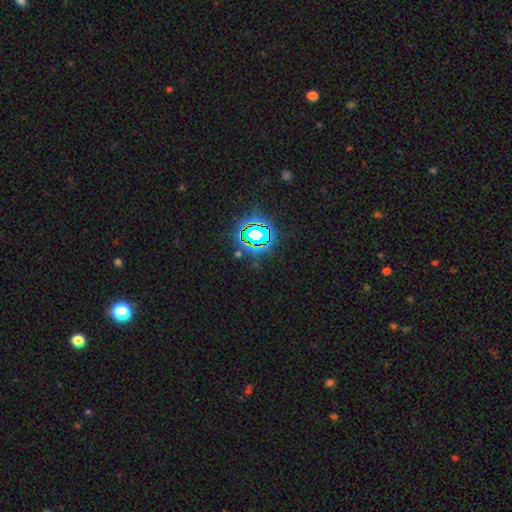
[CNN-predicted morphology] A star or artifact, not a galaxy (79%).

Vote fractions:
- Smooth or featured? star or artifact: 79% / smooth: 13% / featured or disk: 8%